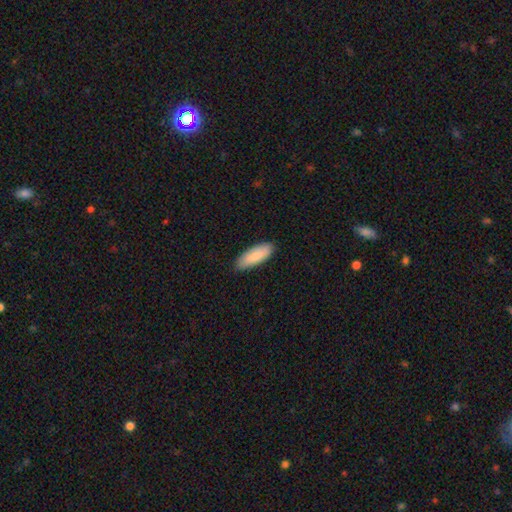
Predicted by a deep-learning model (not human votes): Q: Smooth or featured?
A: smooth (86%); runner-up: featured or disk (9%)
Q: How rounded?
A: in between (67%); runner-up: cigar-shaped (32%)
Q: Merging?
A: none (86%); runner-up: minor disturbance (11%)